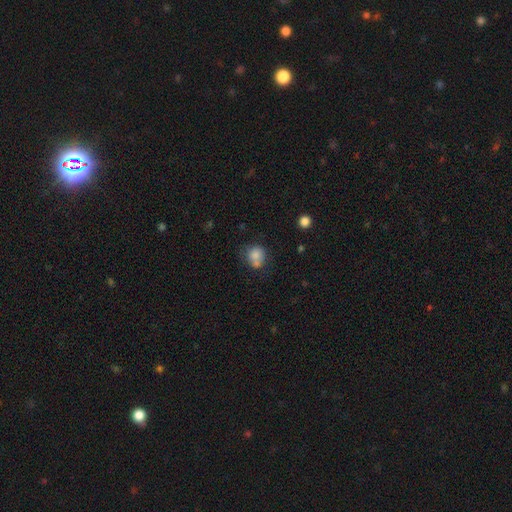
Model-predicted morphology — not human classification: smooth-or-featured: smooth: 79% | featured or disk: 12% | star or artifact: 10%
  how-rounded: round: 74% | in between: 25% | cigar-shaped: 1%
  merging: none: 45% | merger: 27% | minor disturbance: 20% | major disturbance: 8%